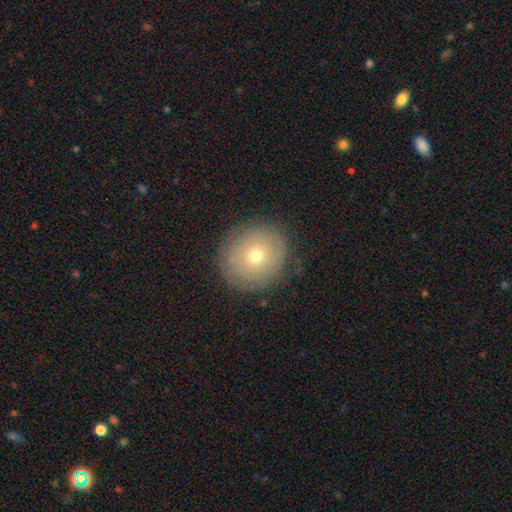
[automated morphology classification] This is likely a smooth galaxy (63%). How rounded: clearly round (89%). Merging: clearly none (84%).